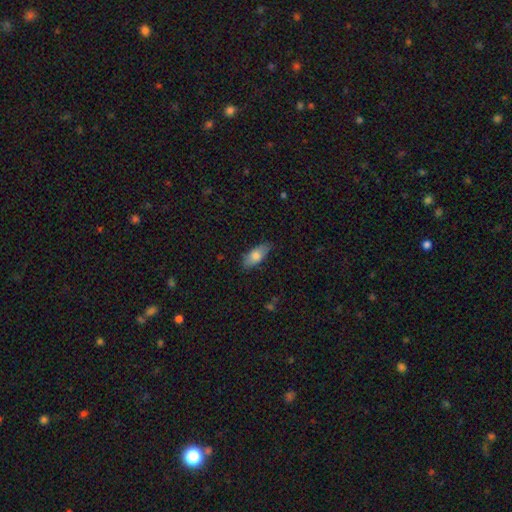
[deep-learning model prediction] smooth 77%, featured or disk 17%, star or artifact 6%. Down the decision tree: how rounded — in between (82%); merging — none (79%).